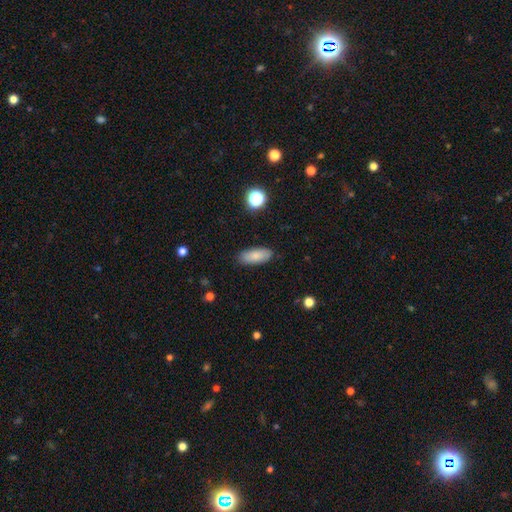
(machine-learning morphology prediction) smooth 83%, featured or disk 9%, star or artifact 8%. Down the decision tree: how rounded — in between (77%); merging — none (87%).